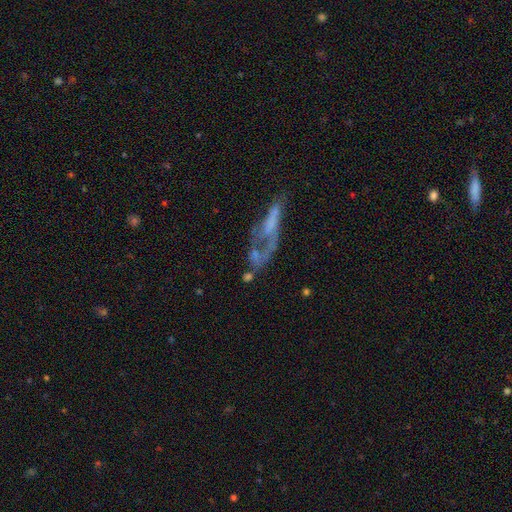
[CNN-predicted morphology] Smooth or featured? featured or disk (53%)
Edge-on disk? no (85%)
Merging? major disturbance (39%)